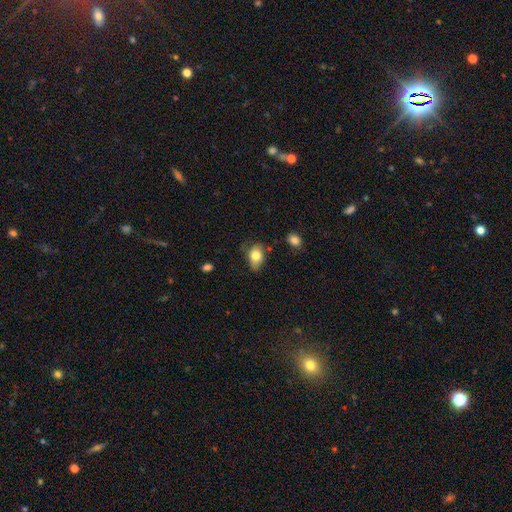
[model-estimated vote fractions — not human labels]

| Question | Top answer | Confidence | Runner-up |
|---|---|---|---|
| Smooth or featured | smooth | 79% | featured or disk (13%) |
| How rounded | in between | 76% | round (23%) |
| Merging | none | 49% | minor disturbance (36%) |